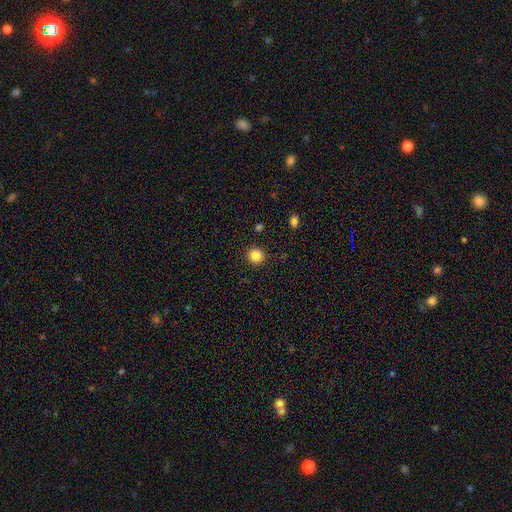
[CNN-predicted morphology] Smooth or featured? Predicted: smooth (p=0.86). How rounded? Predicted: round (p=0.92). Merging? Predicted: none (p=0.91).